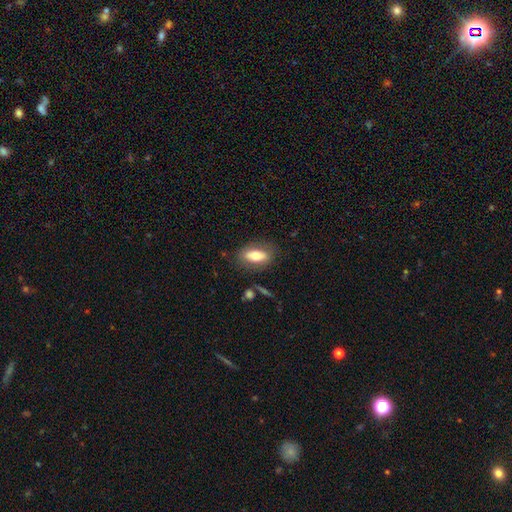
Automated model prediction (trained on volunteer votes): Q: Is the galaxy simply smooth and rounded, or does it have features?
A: smooth — 68%.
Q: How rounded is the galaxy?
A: in between — 80%.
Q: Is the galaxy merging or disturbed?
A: none — 79%.